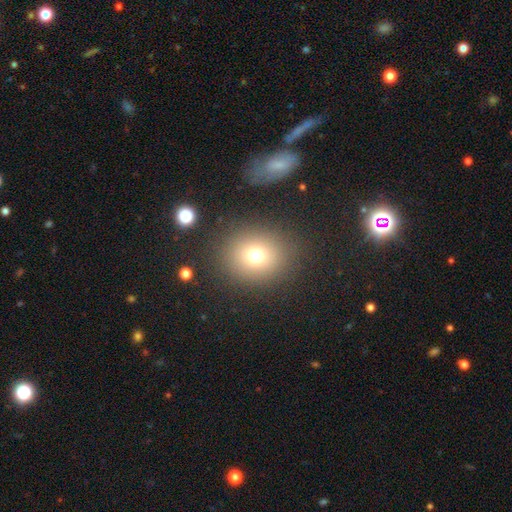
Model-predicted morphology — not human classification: Smooth or featured? Predicted: smooth (p=0.72). How rounded? Predicted: round (p=0.72). Merging? Predicted: none (p=0.85).